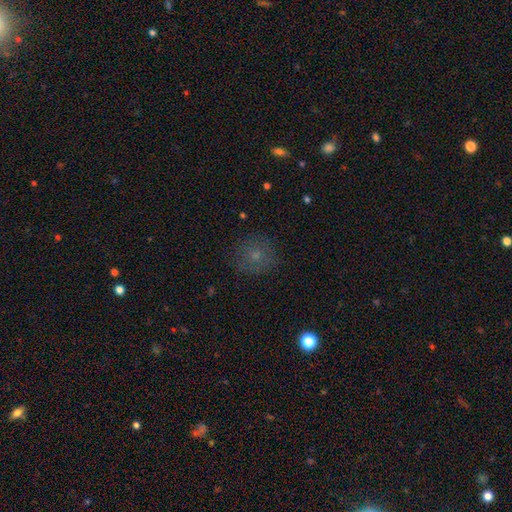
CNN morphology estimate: Q: Smooth or featured?
A: smooth (65%); runner-up: star or artifact (18%)
Q: How rounded?
A: round (88%); runner-up: in between (11%)
Q: Merging?
A: none (80%); runner-up: minor disturbance (13%)